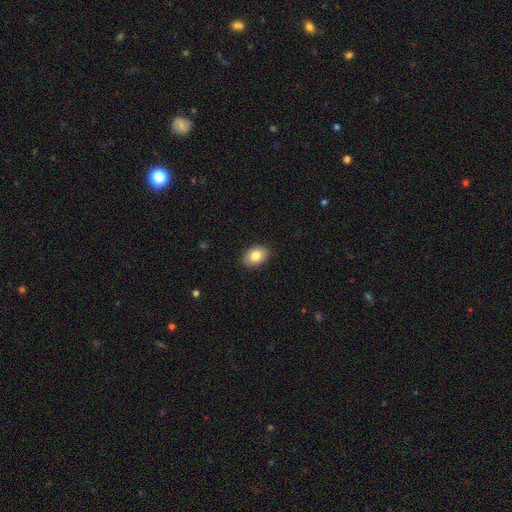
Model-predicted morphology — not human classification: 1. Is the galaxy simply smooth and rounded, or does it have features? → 84% smooth, 8% featured or disk, 8% star or artifact.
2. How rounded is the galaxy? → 78% in between, 21% round, 1% cigar-shaped.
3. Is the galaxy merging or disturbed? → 89% none, 8% minor disturbance, 2% major disturbance, 1% merger.